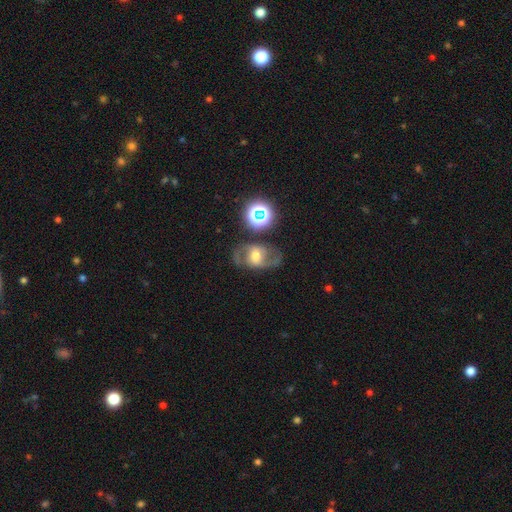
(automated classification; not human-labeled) Smooth or featured? Predicted: featured or disk (p=0.70). Edge-on disk? Predicted: no (p=0.96). Bar? Predicted: weak (p=0.42). Spiral arms? Predicted: yes (p=0.83). Spiral winding? Predicted: medium (p=0.52). Spiral arm count? Predicted: 2 (p=0.89). Bulge size? Predicted: moderate (p=0.50). Merging? Predicted: none (p=0.67).